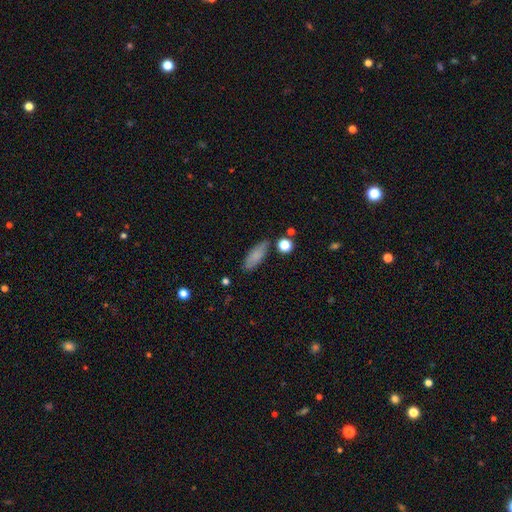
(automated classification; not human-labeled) Q: Smooth or featured?
A: smooth (79%); runner-up: featured or disk (12%)
Q: How rounded?
A: in between (66%); runner-up: cigar-shaped (31%)
Q: Merging?
A: none (76%); runner-up: minor disturbance (16%)